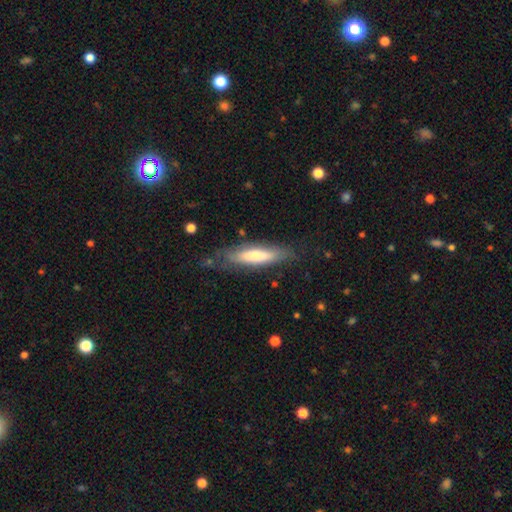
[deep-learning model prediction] Smooth or featured? Predicted: smooth (p=0.62). How rounded? Predicted: cigar-shaped (p=0.69). Merging? Predicted: none (p=0.73).